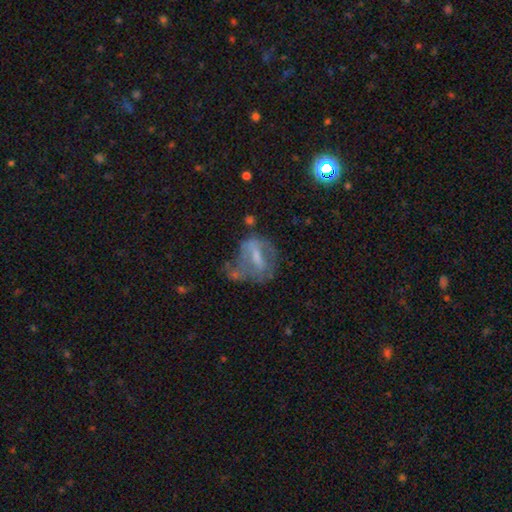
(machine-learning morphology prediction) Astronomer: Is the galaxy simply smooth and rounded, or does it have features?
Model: featured or disk — 57%.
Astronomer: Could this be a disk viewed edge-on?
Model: no — 93%.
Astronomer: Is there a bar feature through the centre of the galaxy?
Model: weak — 41% (runner-up: strong, 32%).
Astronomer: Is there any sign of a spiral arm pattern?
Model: no — 67%.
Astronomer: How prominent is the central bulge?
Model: small — 45% (runner-up: moderate, 32%).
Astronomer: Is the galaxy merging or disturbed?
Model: none — 34%, tied with major disturbance at 34%.